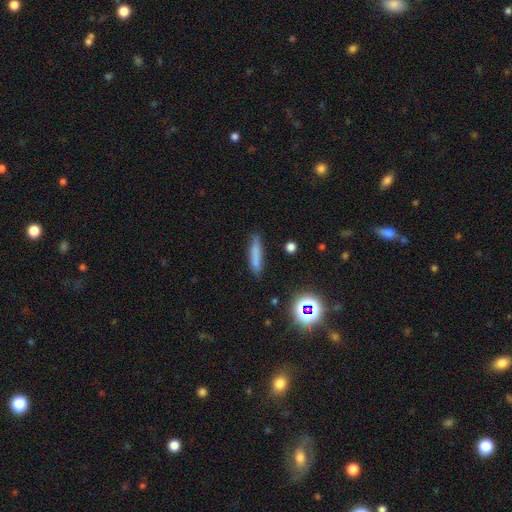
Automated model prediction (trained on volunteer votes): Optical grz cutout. It shows a smooth galaxy with no disk features (75%) that is cigar-shaped (84%). Merging: none (81%).